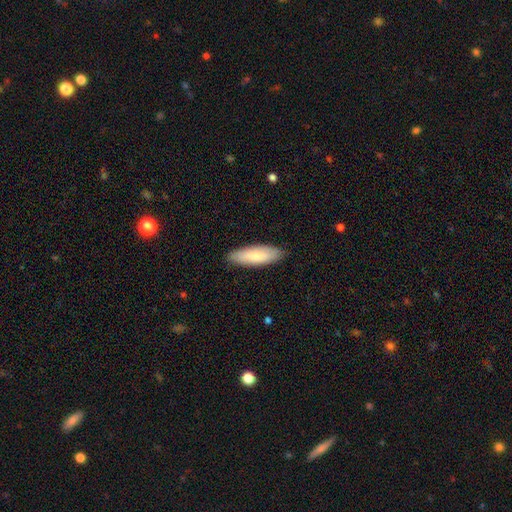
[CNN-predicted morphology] smooth 80%, featured or disk 15%, star or artifact 5%. Down the decision tree: how rounded — in between (51%); merging — none (87%).